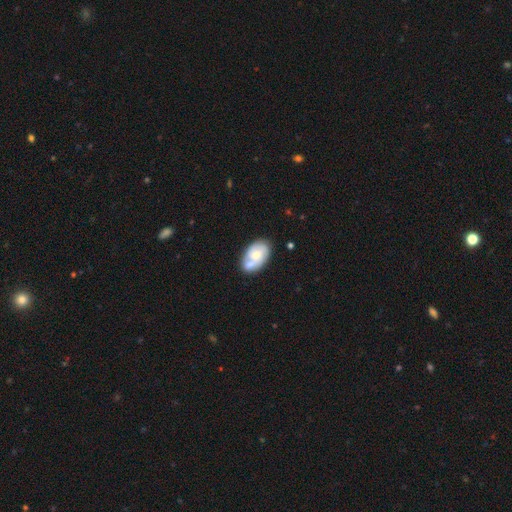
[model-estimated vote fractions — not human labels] smooth-or-featured: smooth: 49% | featured or disk: 45% | star or artifact: 6%
  merging: none: 41% | merger: 35% | minor disturbance: 18% | major disturbance: 6%